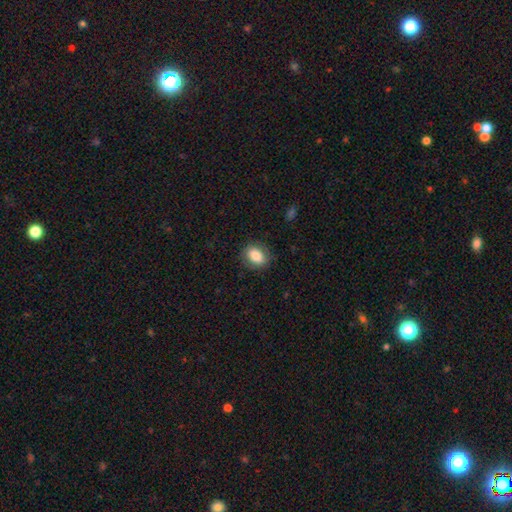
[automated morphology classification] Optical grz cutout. It shows a smooth galaxy with no disk features (84%) that is in between round and cigar-shaped (72%). Merging: none (82%).